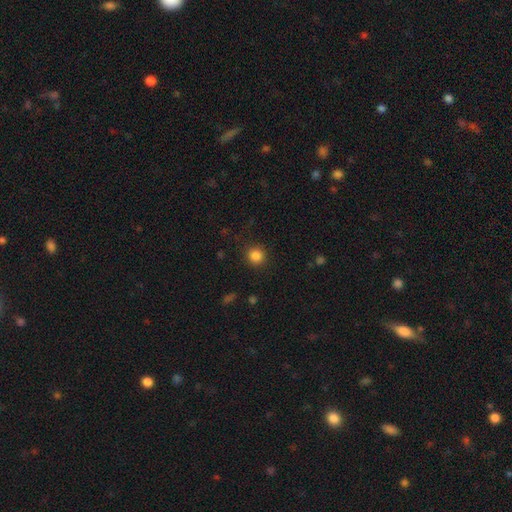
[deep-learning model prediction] Smooth or featured? Predicted: smooth (p=0.85). How rounded? Predicted: round (p=0.93). Merging? Predicted: none (p=0.89).